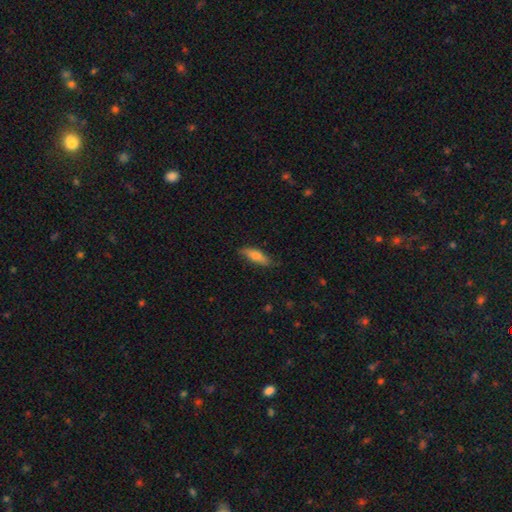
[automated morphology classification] Smooth or featured? Predicted: smooth (p=0.72). How rounded? Predicted: cigar-shaped (p=0.50). Merging? Predicted: none (p=0.80).